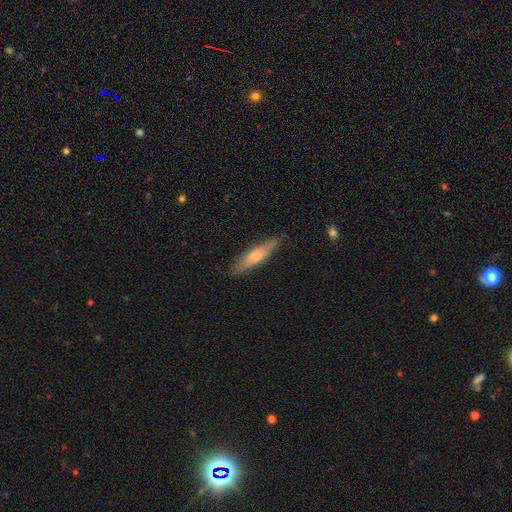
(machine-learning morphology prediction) A smooth galaxy with no disk features (53%) that is cigar-shaped (83%). Merging: none (85%).